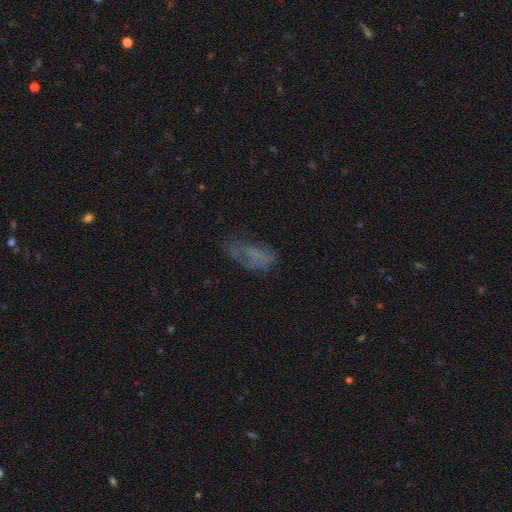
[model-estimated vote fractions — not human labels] Overall: smooth (50%; featured or disk 32%). How rounded: in between (78%). Merging: none (39%; major disturbance 31%).